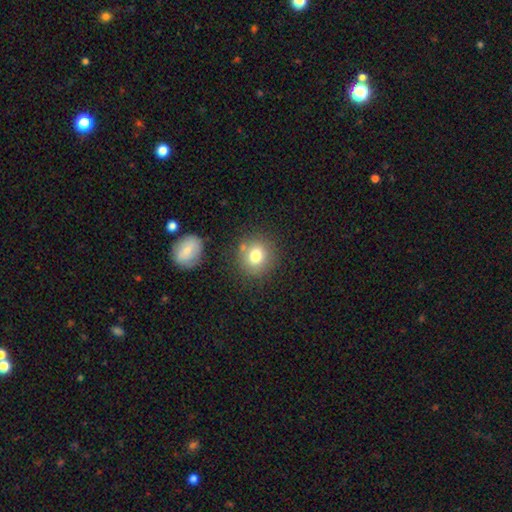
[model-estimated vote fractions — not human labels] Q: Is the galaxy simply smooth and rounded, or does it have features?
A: smooth — 78%.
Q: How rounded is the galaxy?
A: round — 84%.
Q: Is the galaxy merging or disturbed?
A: none — 76%.